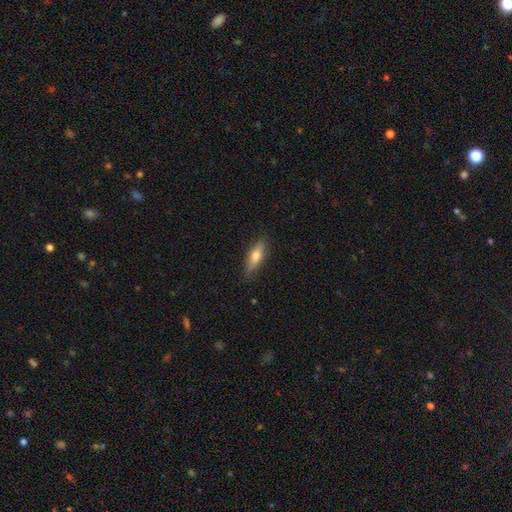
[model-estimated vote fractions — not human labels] smooth_or_featured: smooth (p=0.63) [alt: featured or disk p=0.31]
how_rounded: in between (p=0.49) [tied with: cigar-shaped p=0.49]
merging: none (p=0.82) [alt: minor disturbance p=0.14]